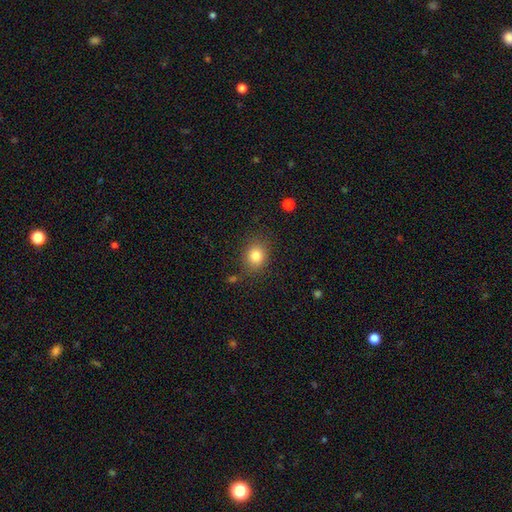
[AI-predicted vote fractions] Smooth or featured? smooth (82%)
How rounded? round (68%)
Merging? none (82%)